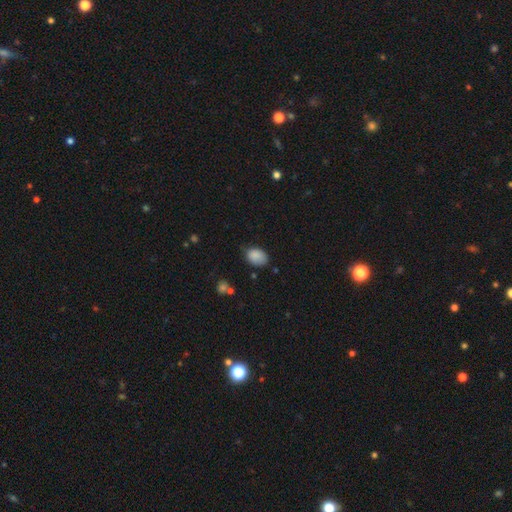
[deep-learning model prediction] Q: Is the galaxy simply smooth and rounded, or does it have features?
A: smooth — 86%.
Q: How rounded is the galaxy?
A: in between — 81%.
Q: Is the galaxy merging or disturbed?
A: none — 63%.